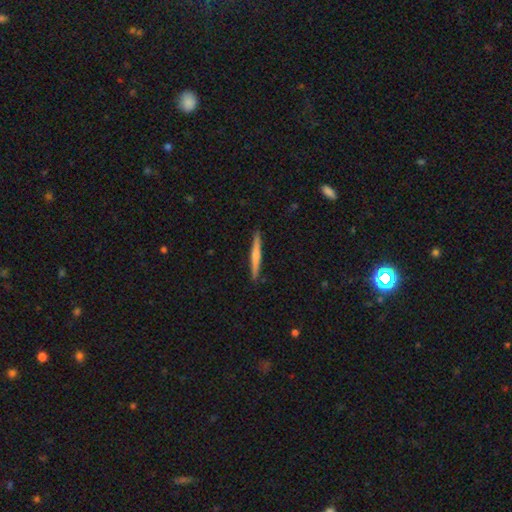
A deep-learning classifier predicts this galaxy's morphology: Smooth or featured?
  - smooth: 54% *
  - featured or disk: 40%
  - star or artifact: 5%
How rounded?
  - cigar-shaped: 96% *
  - in between: 3%
  - round: 1%
Merging?
  - none: 90% *
  - minor disturbance: 7%
  - major disturbance: 1%
  - merger: 1%